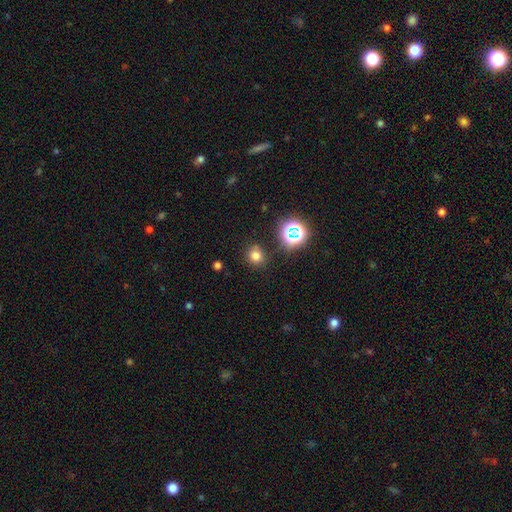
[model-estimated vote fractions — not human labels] This appears to be a smooth galaxy with no disk features (73%) that is round (85%). Merging: none (82%).